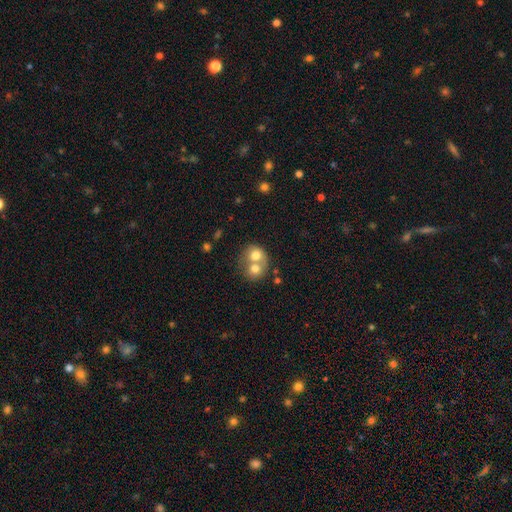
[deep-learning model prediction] smooth-or-featured: smooth: 69% | featured or disk: 23% | star or artifact: 8%
  how-rounded: round: 67% | in between: 32% | cigar-shaped: 1%
  merging: merger: 71% | none: 20% | minor disturbance: 6% | major disturbance: 4%